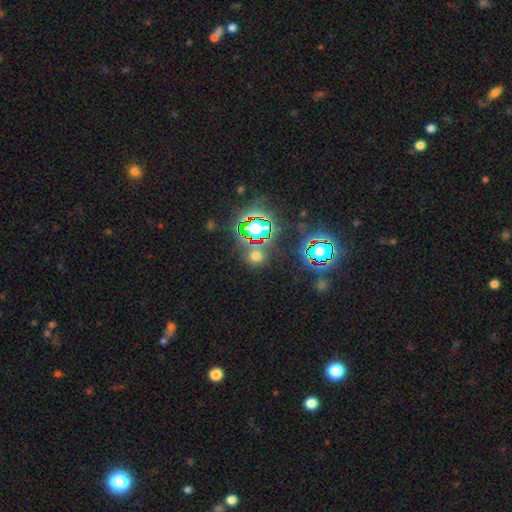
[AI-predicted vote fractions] Morphology: type=smooth (49%); merging=none (77%).